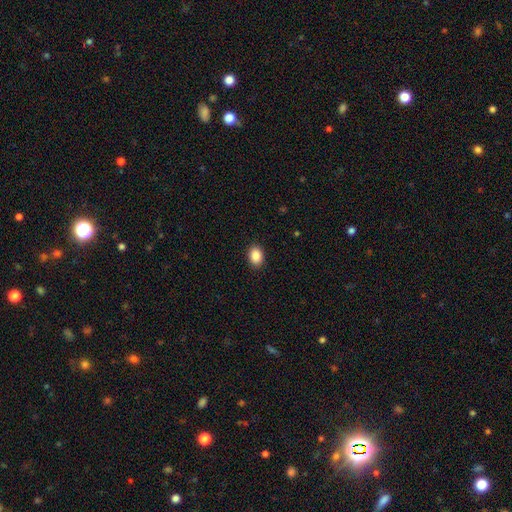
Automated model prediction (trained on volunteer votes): Q: Smooth or featured?
A: smooth (89%); runner-up: star or artifact (8%)
Q: How rounded?
A: in between (71%); runner-up: round (28%)
Q: Merging?
A: none (90%); runner-up: minor disturbance (7%)